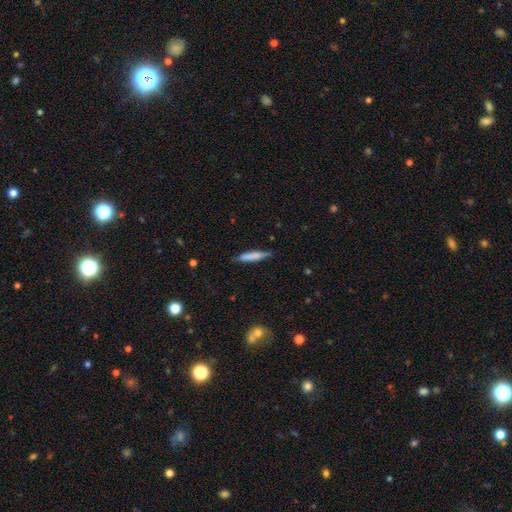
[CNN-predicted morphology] Smooth or featured? smooth (68%)
How rounded? cigar-shaped (89%)
Merging? none (82%)